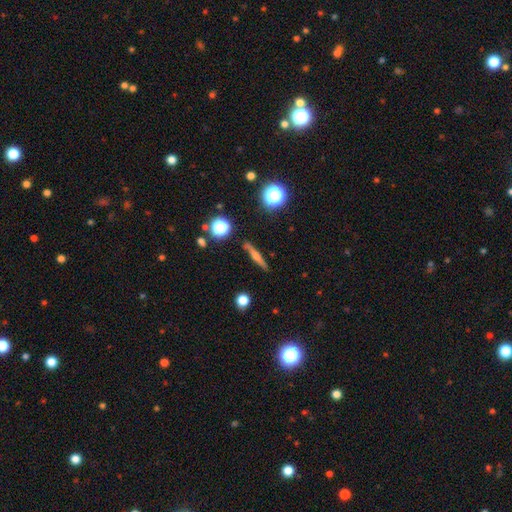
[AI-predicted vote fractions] The model was most divided on "smooth or featured": featured or disk: 49%, smooth: 40%, star or artifact: 10%. More confident: merging — none (89%).